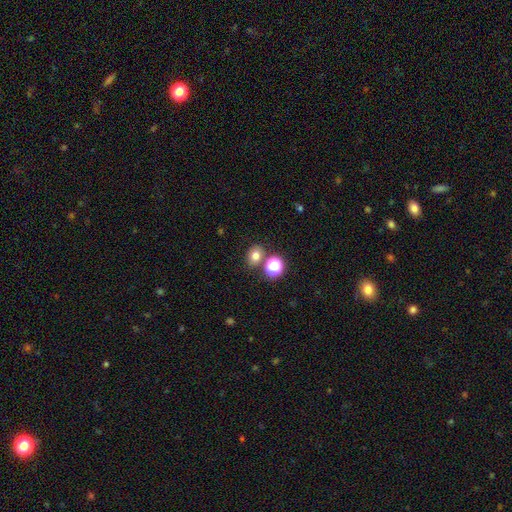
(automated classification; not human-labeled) Overall: smooth (75%). How rounded: round (54%; in between 45%). Merging: none (74%).